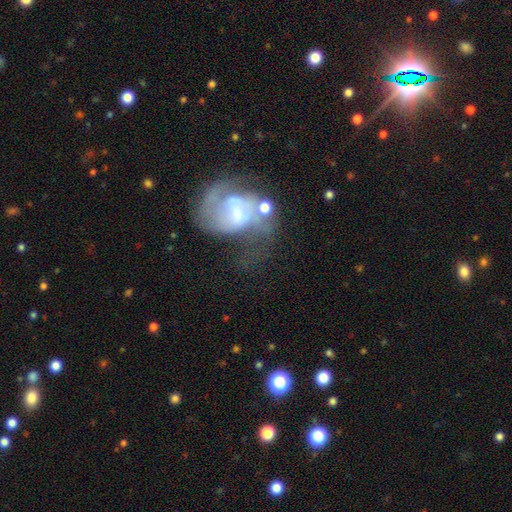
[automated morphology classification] Smooth or featured? Predicted: featured or disk (p=0.70). Edge-on disk? Predicted: no (p=0.97). Bar? Predicted: no (p=0.51). Spiral arms? Predicted: yes (p=0.84). Spiral winding? Predicted: medium (p=0.44). Spiral arm count? Predicted: 2 (p=0.51). Bulge size? Predicted: small (p=0.53). Merging? Predicted: none (p=0.40).